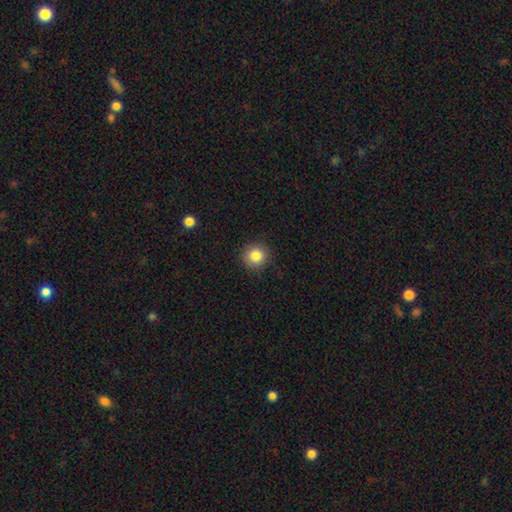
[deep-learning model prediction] smooth-or-featured: smooth: 84% | star or artifact: 10% | featured or disk: 6%
  how-rounded: round: 93% | in between: 6% | cigar-shaped: 1%
  merging: none: 91% | minor disturbance: 6% | major disturbance: 2% | merger: 1%